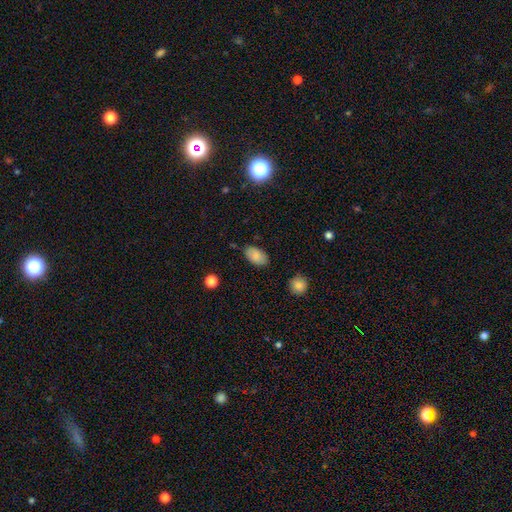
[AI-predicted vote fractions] Smooth or featured? smooth (83%)
How rounded? in between (93%)
Merging? none (82%)